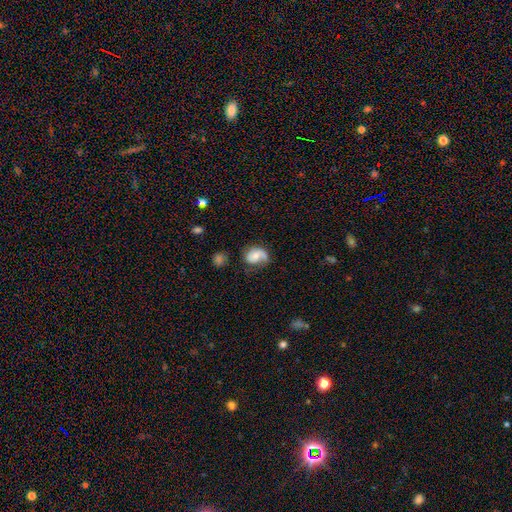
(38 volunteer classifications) A featured or disk galaxy (79%) with no bar (82%), 1 (71%) tight (58%) spiral arms (86%) and a moderate central bulge (64%).

Vote fractions:
- Smooth or featured? featured or disk: 79% / smooth: 13% / star or artifact: 8%
- Edge-on disk? no: 93% / yes: 7%
- Bar? no: 82% / weak: 14% / strong: 4%
- Spiral arms? yes: 86% / no: 14%
- Spiral winding? tight: 58% / medium: 38% / loose: 4%
- Spiral arm count? 1: 71% / 2: 29% / 3: 0% / 4: 0% / more than 4: 0% / can't tell: 0%
- Bulge size? moderate: 64% / small: 21% / large: 7% / dominant: 4% / none: 4%
- Merging? none: 51% / minor disturbance: 34% / major disturbance: 9% / merger: 6%